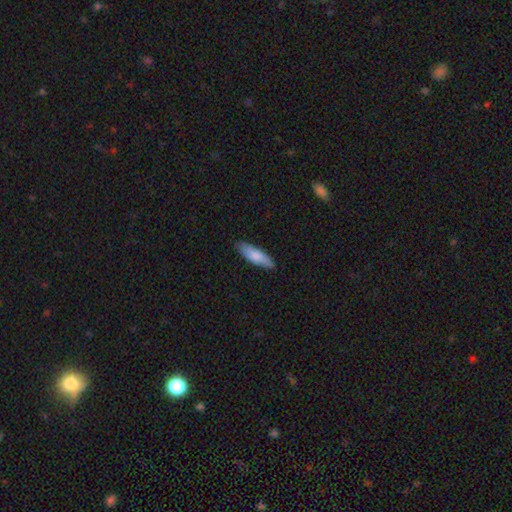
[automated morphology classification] Q: Smooth or featured?
A: smooth (78%); runner-up: featured or disk (17%)
Q: How rounded?
A: cigar-shaped (52%); runner-up: in between (46%)
Q: Merging?
A: none (85%); runner-up: minor disturbance (12%)